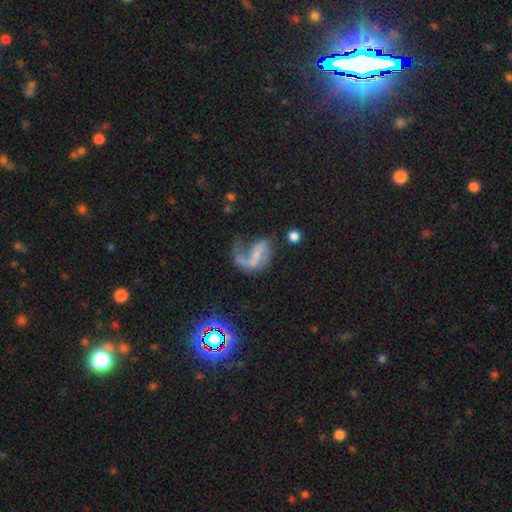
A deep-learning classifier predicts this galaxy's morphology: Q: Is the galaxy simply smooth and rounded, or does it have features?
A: featured or disk — 75%.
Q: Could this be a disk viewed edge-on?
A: no — 97%.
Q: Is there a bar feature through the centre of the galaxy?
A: weak — 41%.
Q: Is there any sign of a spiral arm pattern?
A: yes — 87%.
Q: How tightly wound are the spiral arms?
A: loose — 68%.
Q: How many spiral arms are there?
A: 2 — 47%.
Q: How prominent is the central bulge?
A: small — 46%.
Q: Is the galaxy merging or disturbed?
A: major disturbance — 43%.